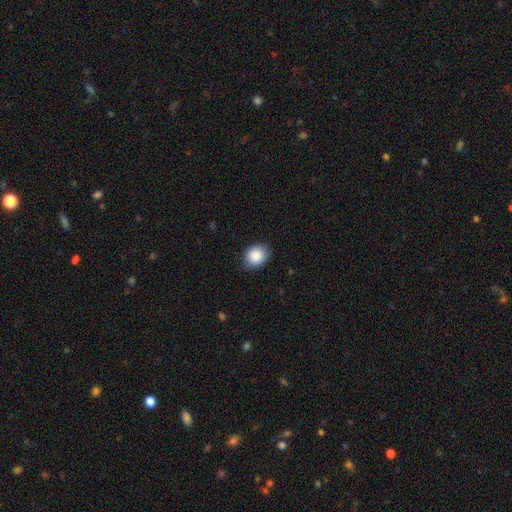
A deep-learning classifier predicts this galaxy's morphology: smooth-or-featured: smooth: 88% | star or artifact: 8% | featured or disk: 5%
  how-rounded: round: 51% | in between: 48% | cigar-shaped: 1%
  merging: none: 82% | minor disturbance: 15% | major disturbance: 3% | merger: 1%